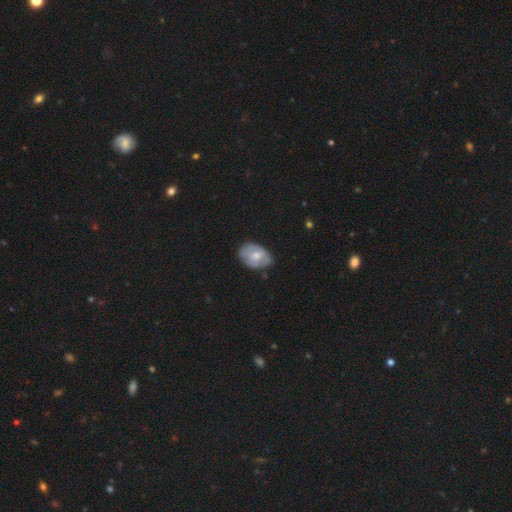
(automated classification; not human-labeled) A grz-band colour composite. It shows a smooth galaxy with no disk features (54%) that is in between round and cigar-shaped (82%). Merging: none (66%).